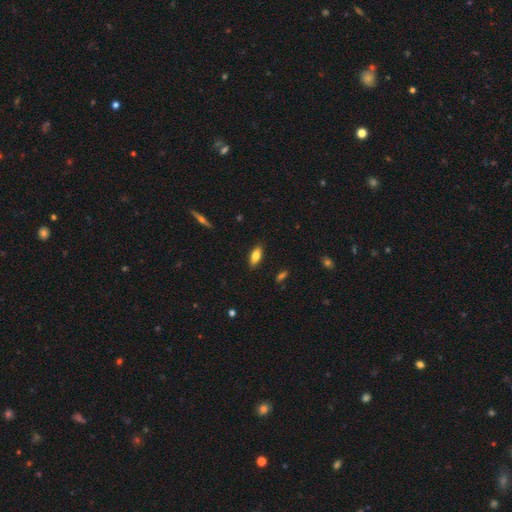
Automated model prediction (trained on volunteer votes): smooth-or-featured: smooth: 76% | featured or disk: 17% | star or artifact: 7%
  how-rounded: in between: 71% | cigar-shaped: 27% | round: 2%
  merging: none: 87% | minor disturbance: 10% | major disturbance: 2% | merger: 1%